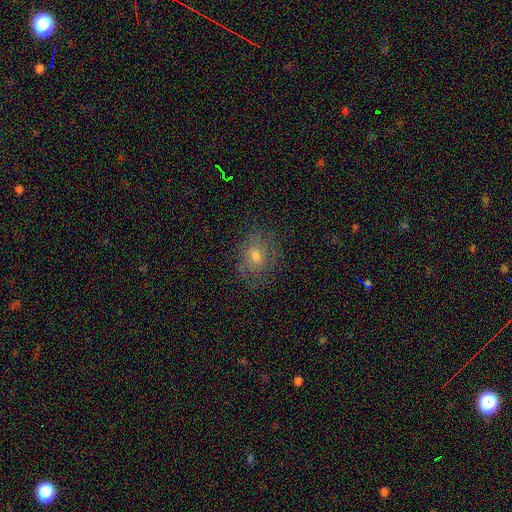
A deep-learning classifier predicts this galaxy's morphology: Smooth or featured: smooth — 56% (featured or disk — 28%)
How rounded: round — 52% (in between — 46%)
Merging: none — 74% (minor disturbance — 17%)